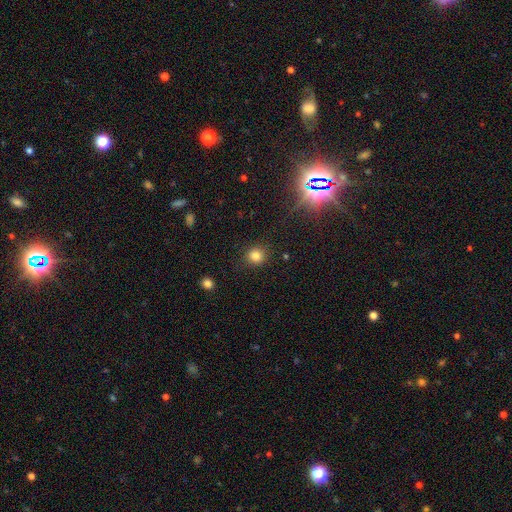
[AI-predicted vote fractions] This appears to be a smooth galaxy with no disk features (82%) that is round (87%). Merging: none (88%).